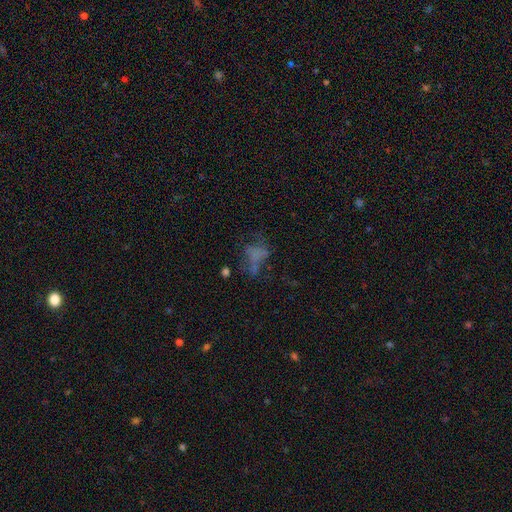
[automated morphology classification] smooth-or-featured: smooth: 39% | featured or disk: 38% | star or artifact: 23%
  merging: none: 37% | major disturbance: 36% | minor disturbance: 17% | merger: 9%